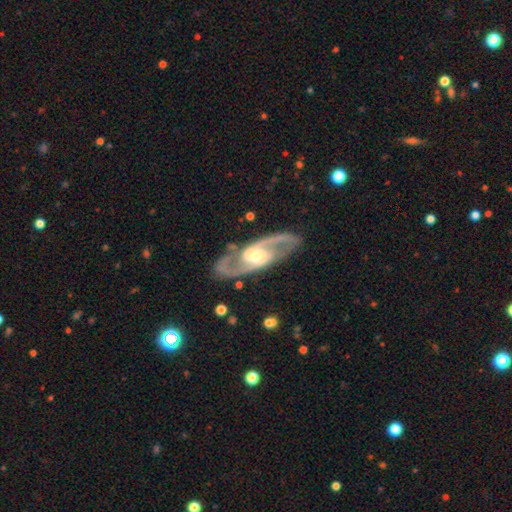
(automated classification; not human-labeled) The model was most divided on "bar": weak: 44%, strong: 29%, no: 27%. More confident: spiral arms — yes (97%); edge-on disk — no (94%); spiral arm count — 2 (93%); smooth or featured — featured or disk (91%); merging — none (84%); spiral winding — medium (62%); bulge size — moderate (57%).